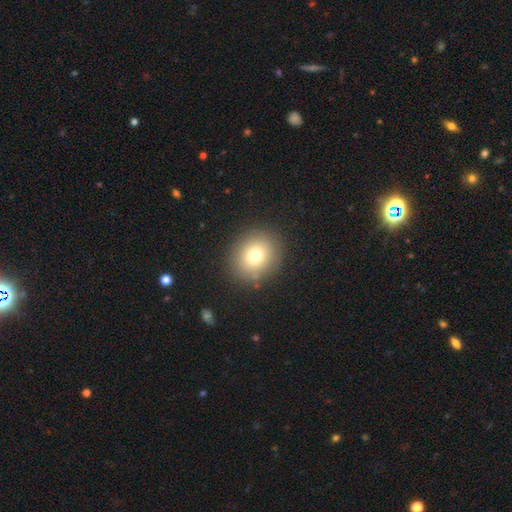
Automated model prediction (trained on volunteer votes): Morphology: type=smooth (74%); roundness=round (73%); merging=none (89%).